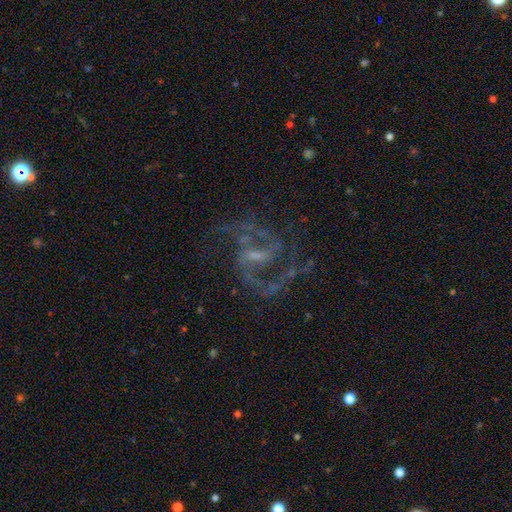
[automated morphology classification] smooth-or-featured: featured or disk: 90% | star or artifact: 6% | smooth: 4%
  disk-edge-on: no: 98% | yes: 2%
    bar: weak: 56% | strong: 27% | no: 17%
    has-spiral-arms: yes: 97% | no: 3%
      spiral-winding: medium: 61% | loose: 27% | tight: 12%
      spiral-arm-count: 2: 82% | 3: 7% | can't tell: 4% | 1: 2% | 4: 2% | more than 4: 2%
    bulge-size: small: 52% | moderate: 27% | none: 18% | large: 2% | dominant: 1%
  merging: none: 68% | minor disturbance: 15% | major disturbance: 15% | merger: 2%